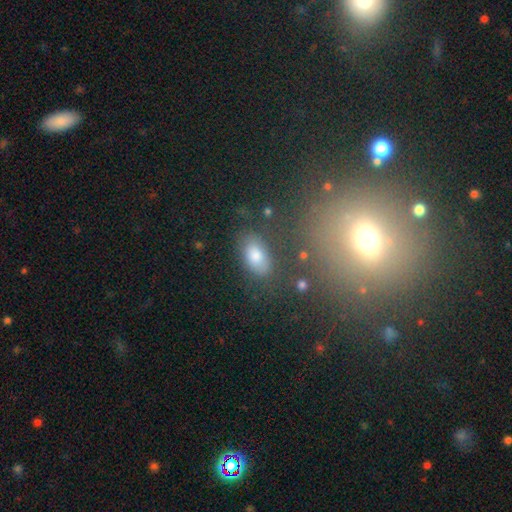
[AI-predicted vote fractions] This appears to be a smooth galaxy with no disk features (68%) that is in between round and cigar-shaped (84%). Merging: none (81%).